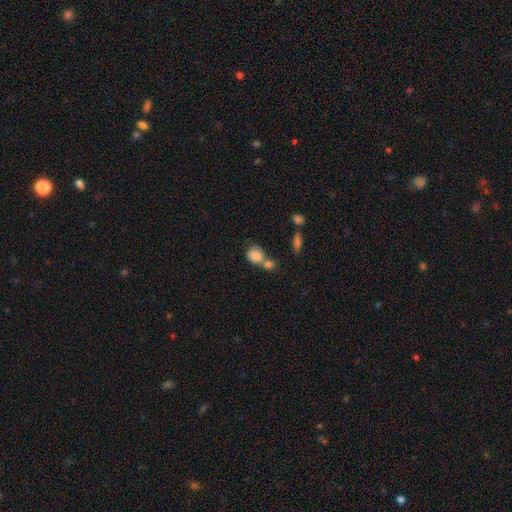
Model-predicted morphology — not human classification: A smooth galaxy with no disk features (83%) that is round (55%). Merging: merger (48%).